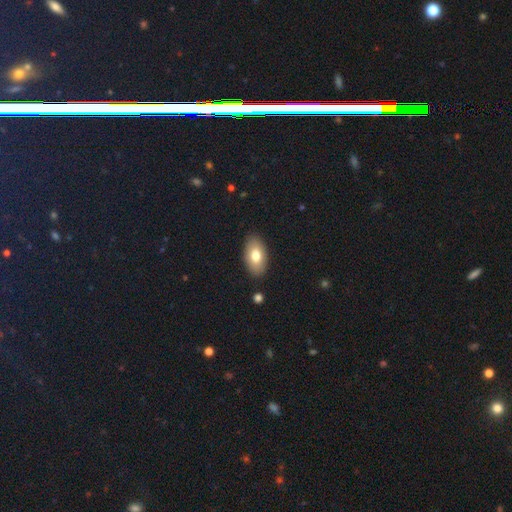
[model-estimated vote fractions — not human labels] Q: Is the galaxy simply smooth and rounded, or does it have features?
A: smooth — 76%.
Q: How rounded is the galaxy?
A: in between — 93%.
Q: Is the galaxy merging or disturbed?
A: none — 87%.